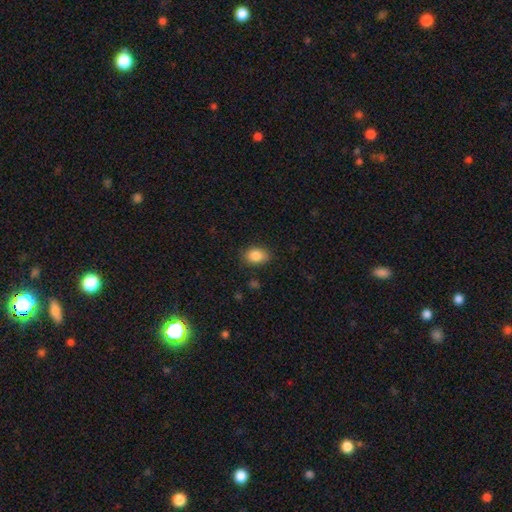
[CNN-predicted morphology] smooth 86%, star or artifact 8%, featured or disk 6%. Down the decision tree: how rounded — in between (76%); merging — none (84%).